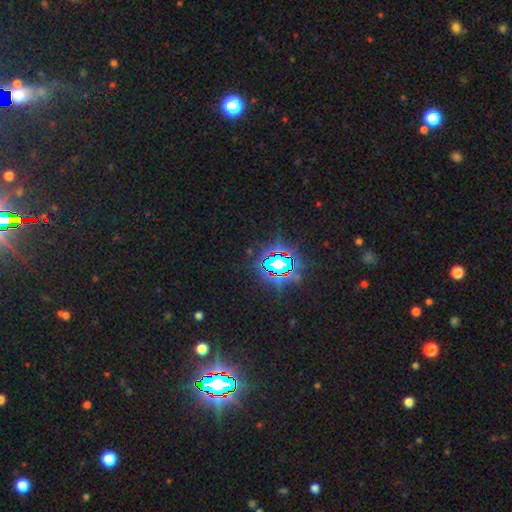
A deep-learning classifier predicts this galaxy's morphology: Q: Smooth or featured?
A: star or artifact (84%); runner-up: smooth (9%)